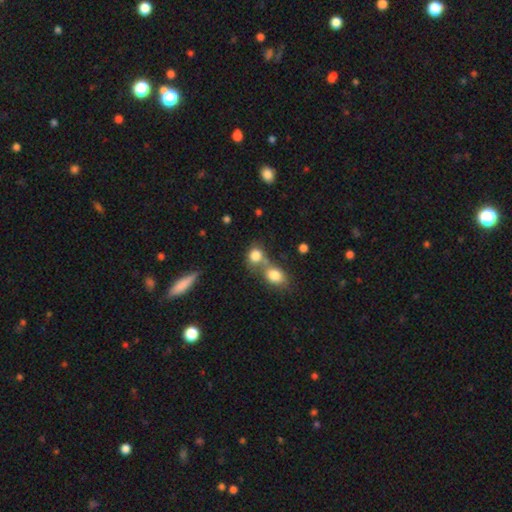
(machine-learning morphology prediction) Smooth or featured? Predicted: smooth (p=0.81). How rounded? Predicted: round (p=0.61). Merging? Predicted: merger (p=0.55).